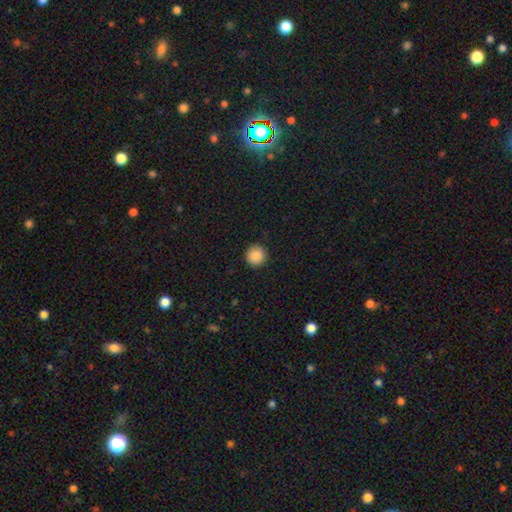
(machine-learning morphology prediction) smooth-or-featured: smooth: 88% | star or artifact: 9% | featured or disk: 3%
  how-rounded: round: 94% | in between: 5% | cigar-shaped: 1%
  merging: none: 91% | minor disturbance: 6% | major disturbance: 2% | merger: 1%